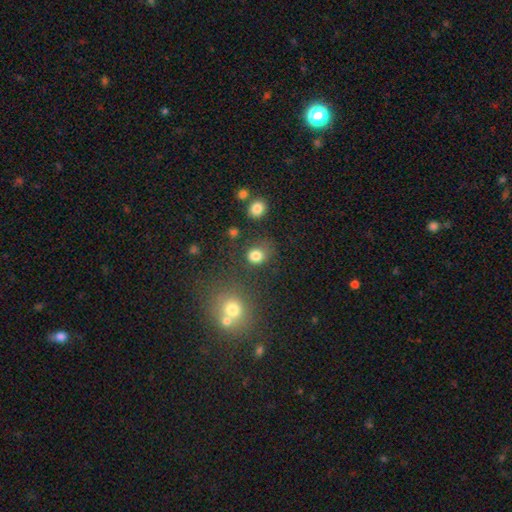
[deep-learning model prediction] smooth-or-featured: smooth: 82% | star or artifact: 13% | featured or disk: 5%
  how-rounded: round: 69% | in between: 30% | cigar-shaped: 1%
  merging: none: 65% | minor disturbance: 18% | major disturbance: 9% | merger: 8%